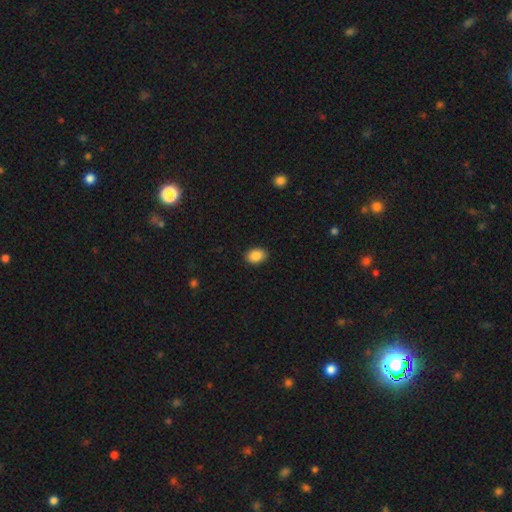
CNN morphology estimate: smooth-or-featured: smooth: 88% | star or artifact: 8% | featured or disk: 4%
  how-rounded: in between: 74% | round: 25% | cigar-shaped: 1%
  merging: none: 90% | minor disturbance: 8% | major disturbance: 2% | merger: 1%